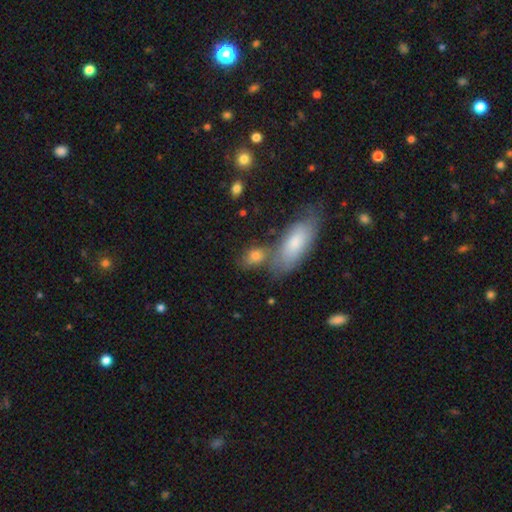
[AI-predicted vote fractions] Q: Smooth or featured?
A: smooth (76%); runner-up: featured or disk (16%)
Q: How rounded?
A: in between (76%); runner-up: round (17%)
Q: Merging?
A: none (48%); runner-up: merger (30%)